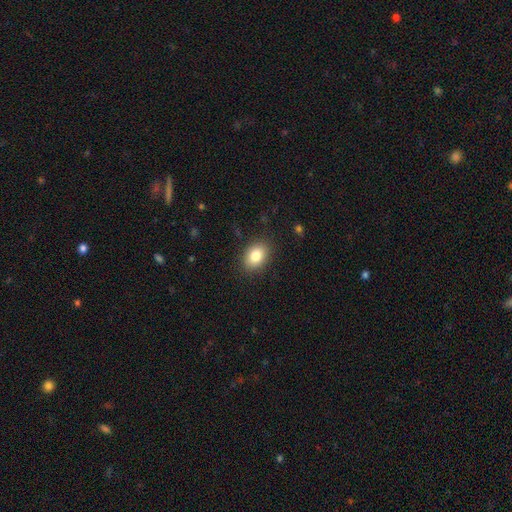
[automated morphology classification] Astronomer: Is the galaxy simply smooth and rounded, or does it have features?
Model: smooth — 83%.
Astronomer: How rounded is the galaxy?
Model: in between — 76%.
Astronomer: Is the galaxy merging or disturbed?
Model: none — 87%.